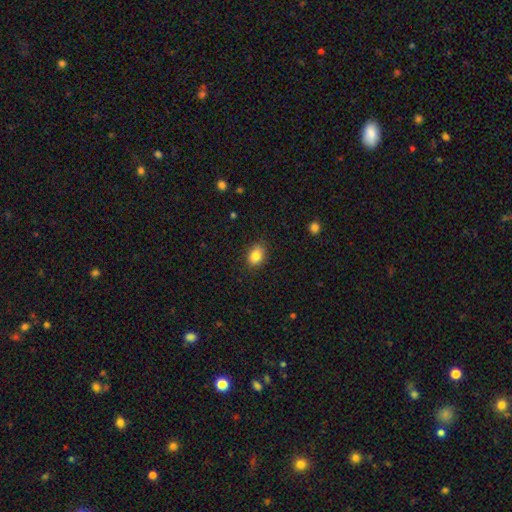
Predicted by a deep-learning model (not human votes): Q: Smooth or featured?
A: smooth (83%); runner-up: star or artifact (10%)
Q: How rounded?
A: in between (62%); runner-up: round (37%)
Q: Merging?
A: none (84%); runner-up: minor disturbance (12%)